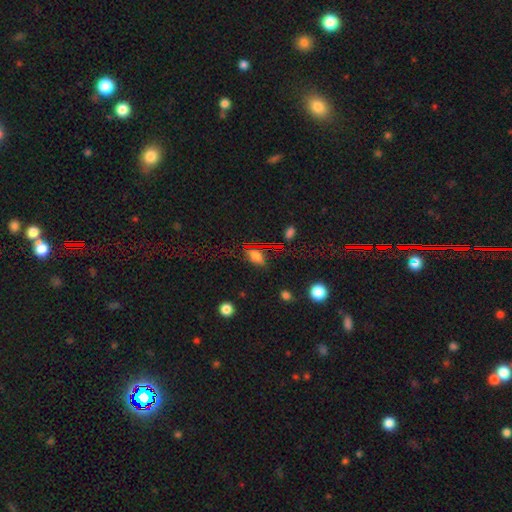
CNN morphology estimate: A smooth galaxy with no disk features (46%). Merging: none (80%).